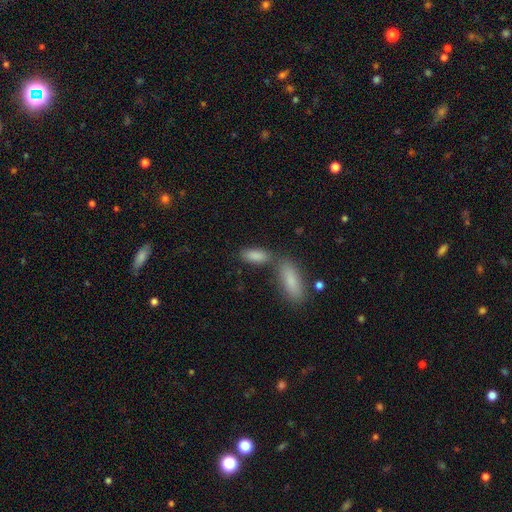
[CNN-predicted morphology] Smooth or featured? smooth (86%)
How rounded? in between (74%)
Merging? none (56%)